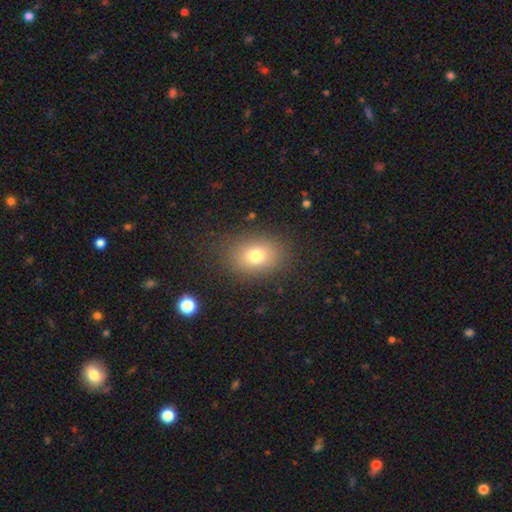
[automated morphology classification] This appears to be a smooth galaxy with no disk features (76%) that is in between round and cigar-shaped (62%). Merging: none (84%).